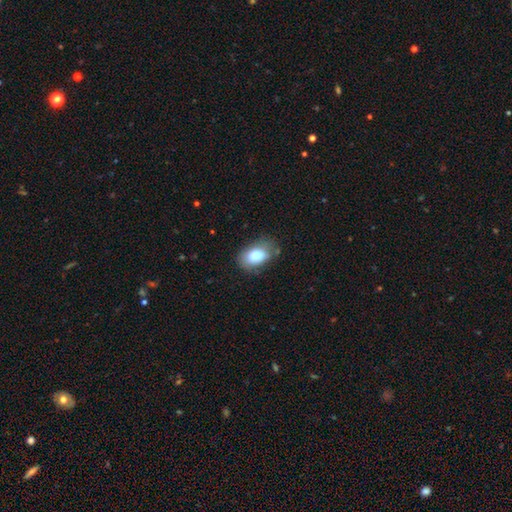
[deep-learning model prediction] A smooth galaxy with no disk features (78%) that is in between round and cigar-shaped (84%). Merging: none (69%).